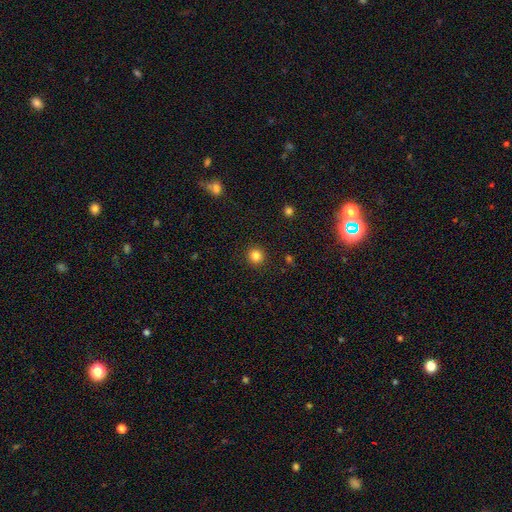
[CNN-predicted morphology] A smooth galaxy with no disk features (83%) that is round (94%).

Vote fractions:
- Smooth or featured? smooth: 83% / star or artifact: 12% / featured or disk: 4%
- How rounded? round: 94% / in between: 5% / cigar-shaped: 1%
- Merging? none: 92% / minor disturbance: 5% / major disturbance: 2% / merger: 1%